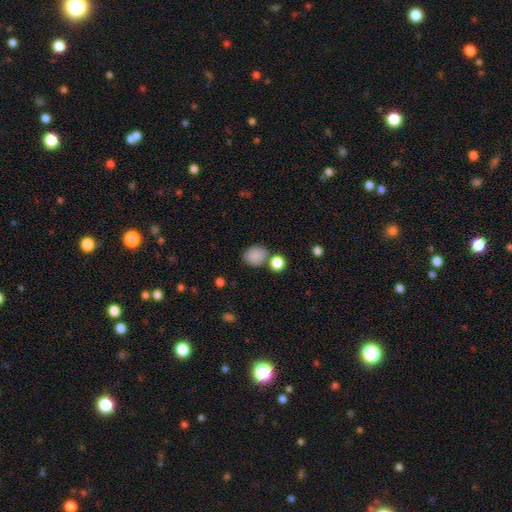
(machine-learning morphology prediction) This appears to be a smooth galaxy with no disk features (86%) that is round (58%). Merging: none (68%).